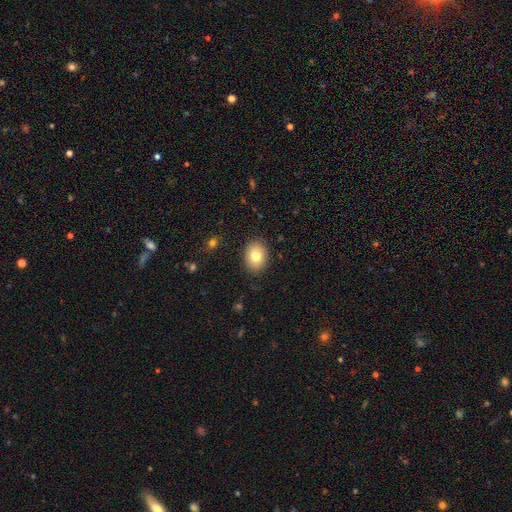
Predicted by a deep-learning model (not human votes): This is likely a smooth galaxy (79%). How rounded: likely in between (61%). Merging: clearly none (88%).